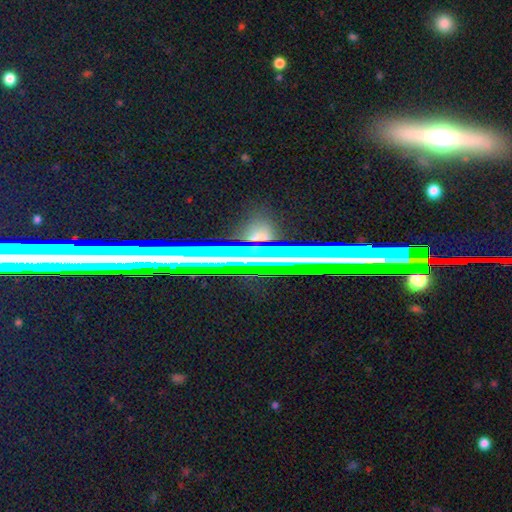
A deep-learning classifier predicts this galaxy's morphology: type=star or artifact (49%).